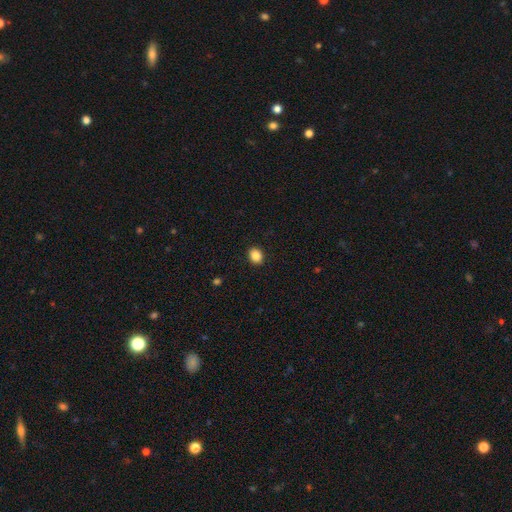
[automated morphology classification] Smooth or featured: smooth — 87% (star or artifact — 9%)
How rounded: in between — 51% (round — 48%)
Merging: none — 91% (minor disturbance — 6%)